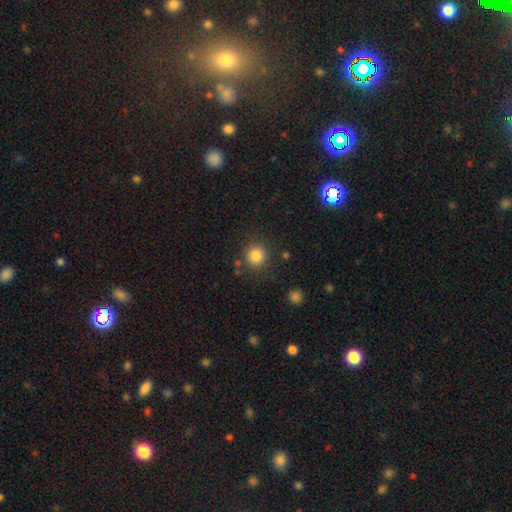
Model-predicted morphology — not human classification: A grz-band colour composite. It shows a smooth galaxy with no disk features (84%) that is round (92%). Merging: none (86%).